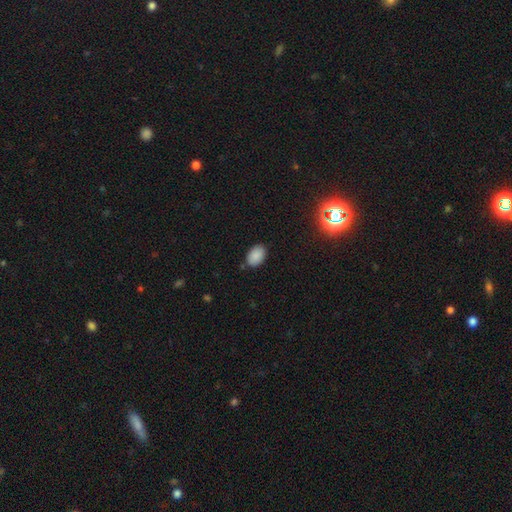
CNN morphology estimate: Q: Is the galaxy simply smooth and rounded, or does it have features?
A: smooth — 86%.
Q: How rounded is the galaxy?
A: in between — 88%.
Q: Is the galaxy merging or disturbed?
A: none — 81%.